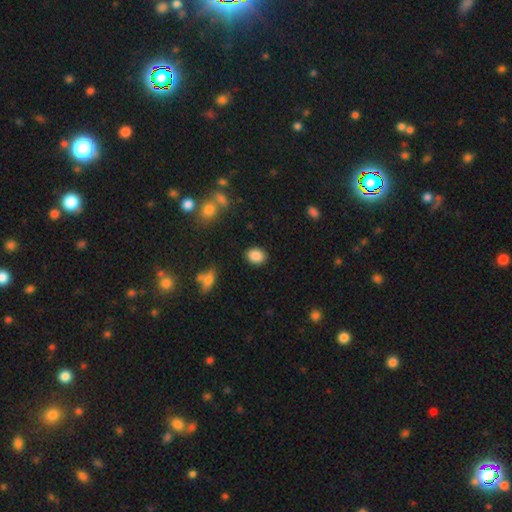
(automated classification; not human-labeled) Smooth or featured: smooth — 86% (star or artifact — 9%)
How rounded: in between — 55% (round — 44%)
Merging: none — 87% (minor disturbance — 9%)